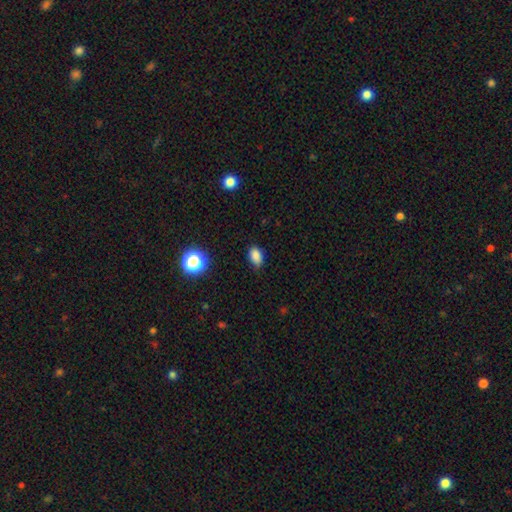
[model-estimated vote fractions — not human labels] A smooth galaxy with no disk features (85%) that is in between round and cigar-shaped (85%).

Vote fractions:
- Smooth or featured? smooth: 85% / star or artifact: 11% / featured or disk: 4%
- How rounded? in between: 85% / round: 13% / cigar-shaped: 2%
- Merging? none: 79% / minor disturbance: 17% / major disturbance: 3% / merger: 1%